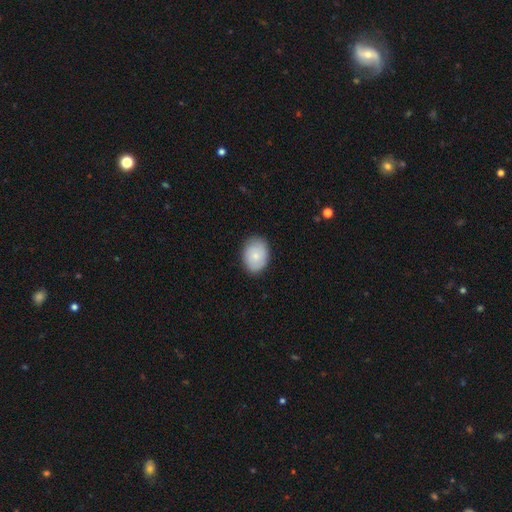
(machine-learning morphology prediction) This is likely a smooth galaxy (77%). How rounded: likely in between (67%). Merging: clearly none (84%).